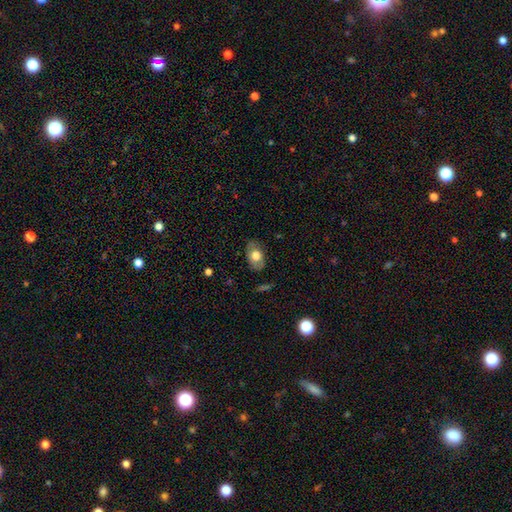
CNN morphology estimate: type=smooth (68%); roundness=in between (86%); merging=none (78%).